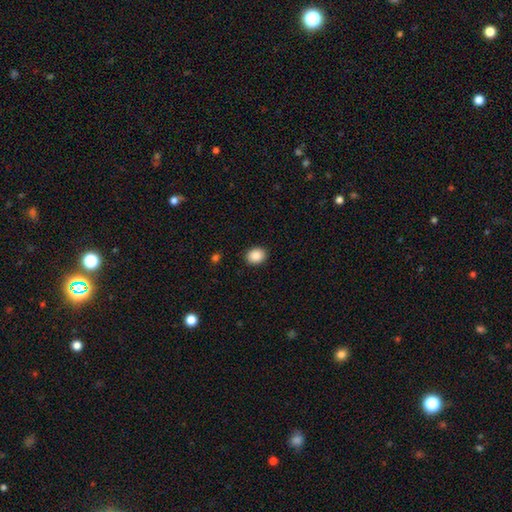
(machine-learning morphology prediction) Overall: smooth (89%). How rounded: round (57%; in between 42%). Merging: none (90%).